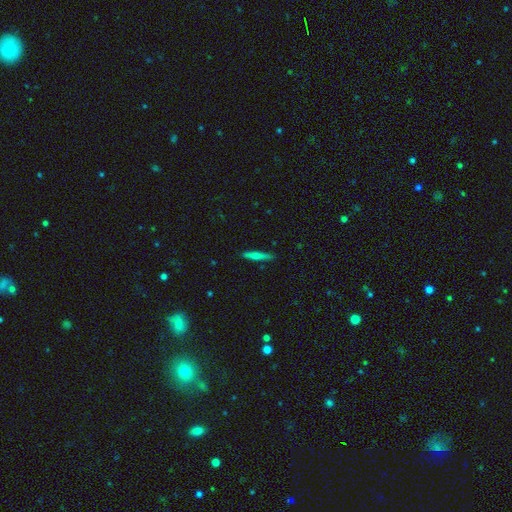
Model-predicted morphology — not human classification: type=smooth (51%); roundness=cigar-shaped (92%); merging=none (87%).